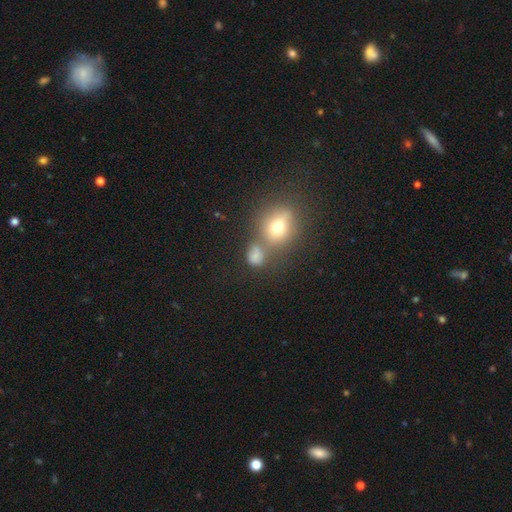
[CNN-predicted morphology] The model was most divided on "how rounded": round: 59%, in between: 39%, cigar-shaped: 2%. More confident: smooth or featured — smooth (72%); merging — none (51%).